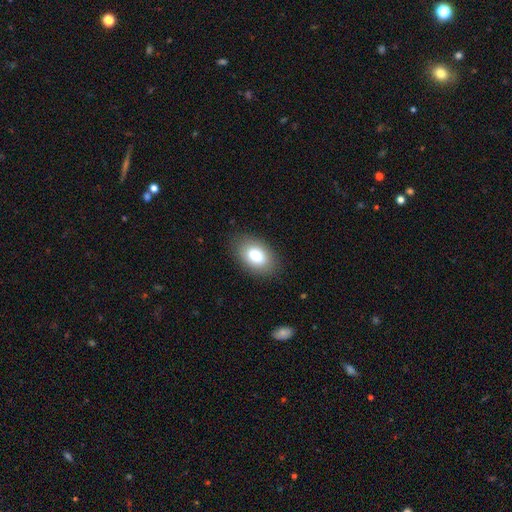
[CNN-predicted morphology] Q: Smooth or featured?
A: smooth (83%); runner-up: featured or disk (10%)
Q: How rounded?
A: in between (90%); runner-up: round (8%)
Q: Merging?
A: none (84%); runner-up: minor disturbance (12%)